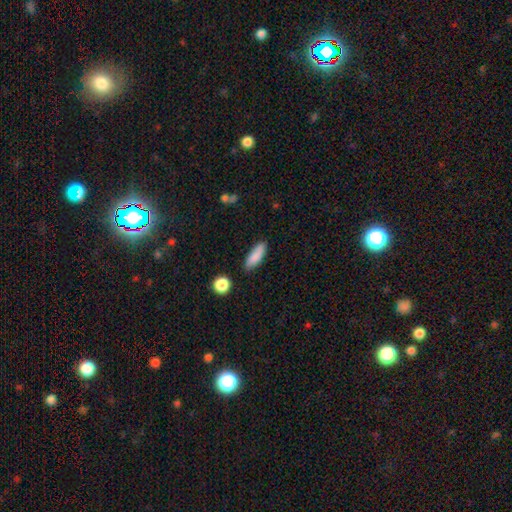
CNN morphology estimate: smooth 86%, star or artifact 7%, featured or disk 7%. Down the decision tree: how rounded — in between (57%); merging — none (80%).